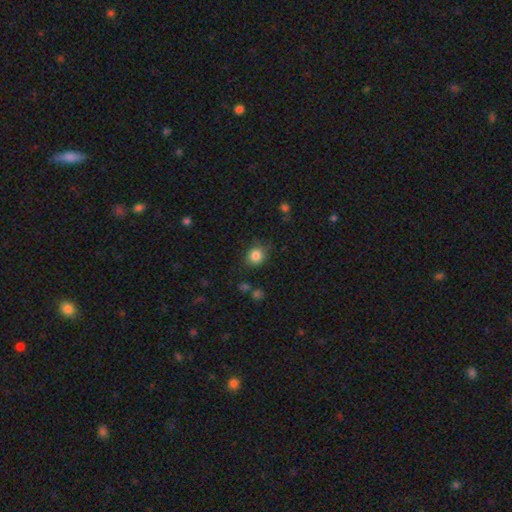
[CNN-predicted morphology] A smooth galaxy with no disk features (84%) that is round (83%).

Vote fractions:
- Smooth or featured? smooth: 84% / star or artifact: 11% / featured or disk: 5%
- How rounded? round: 83% / in between: 17% / cigar-shaped: 1%
- Merging? none: 80% / minor disturbance: 14% / major disturbance: 4% / merger: 2%